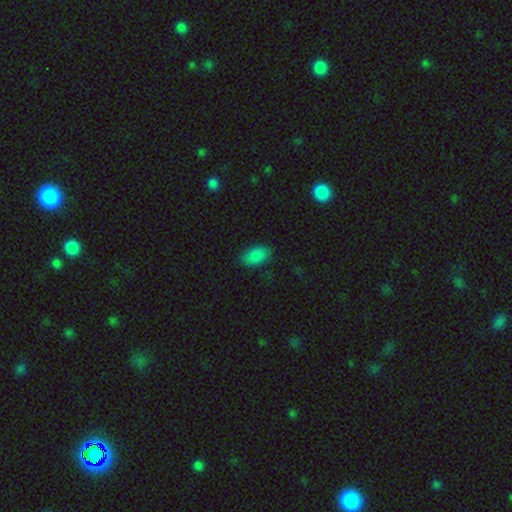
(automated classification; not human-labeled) Morphology: type=smooth (86%); roundness=in between (93%); merging=none (83%).